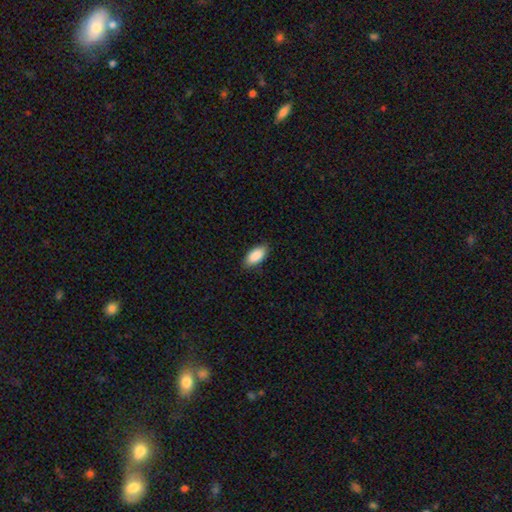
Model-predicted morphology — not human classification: Q: Smooth or featured?
A: smooth (90%); runner-up: star or artifact (6%)
Q: How rounded?
A: in between (91%); runner-up: cigar-shaped (7%)
Q: Merging?
A: none (86%); runner-up: minor disturbance (11%)